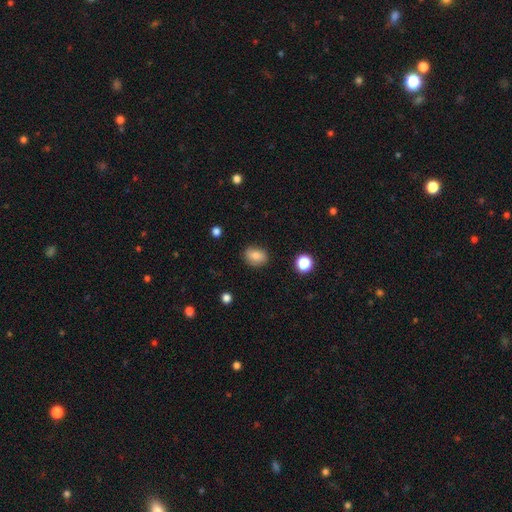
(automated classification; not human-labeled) The model was most divided on "how rounded": in between: 63%, round: 36%, cigar-shaped: 1%. More confident: merging — none (84%); smooth or featured — smooth (82%).